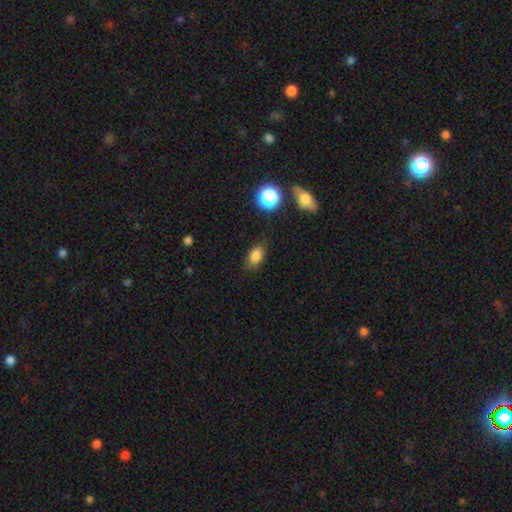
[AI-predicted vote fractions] The model was most divided on "merging": none: 81%, minor disturbance: 14%, major disturbance: 3%, merger: 2%. More confident: how rounded — in between (84%); smooth or featured — smooth (82%).